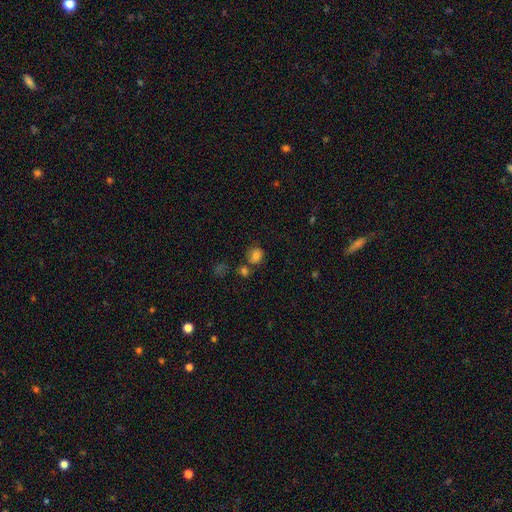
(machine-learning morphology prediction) This appears to be a smooth galaxy with no disk features (79%) that is round (72%). Merging: none (62%).